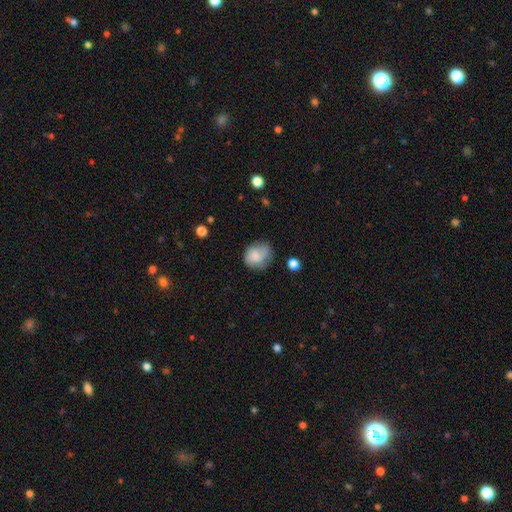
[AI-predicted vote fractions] Q: Smooth or featured?
A: smooth (71%); runner-up: featured or disk (20%)
Q: How rounded?
A: round (57%); runner-up: in between (42%)
Q: Merging?
A: none (52%); runner-up: minor disturbance (30%)